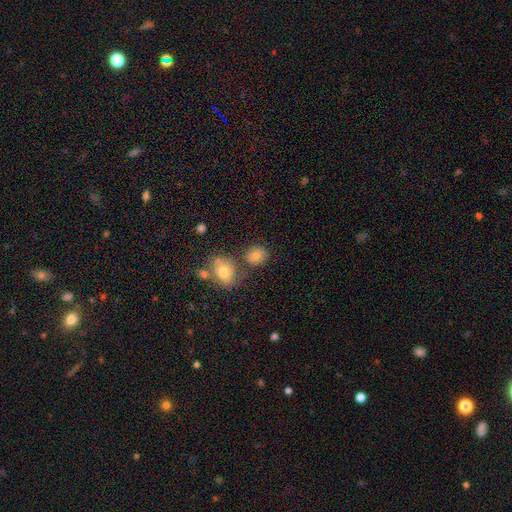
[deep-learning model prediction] Morphology: type=smooth (81%); roundness=round (64%); merging=none (71%).